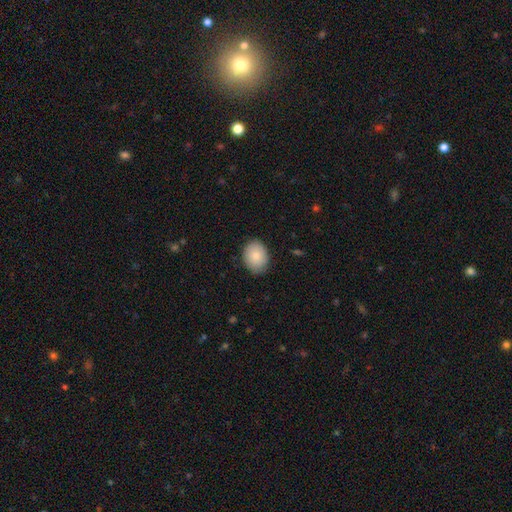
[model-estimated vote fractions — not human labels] Q: Smooth or featured?
A: smooth (83%); runner-up: featured or disk (11%)
Q: How rounded?
A: in between (65%); runner-up: round (34%)
Q: Merging?
A: none (83%); runner-up: minor disturbance (13%)